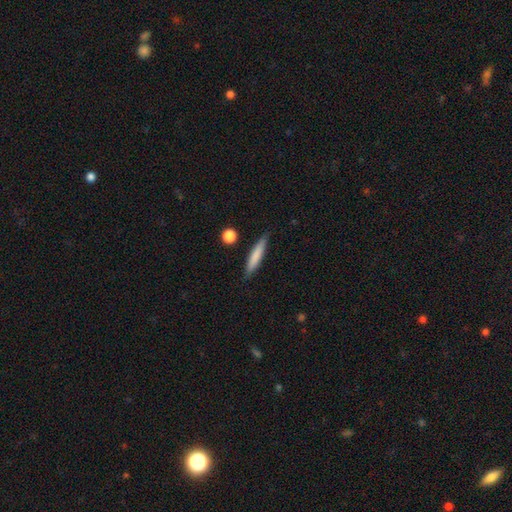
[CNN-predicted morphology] Smooth or featured? smooth (75%)
How rounded? cigar-shaped (90%)
Merging? none (84%)